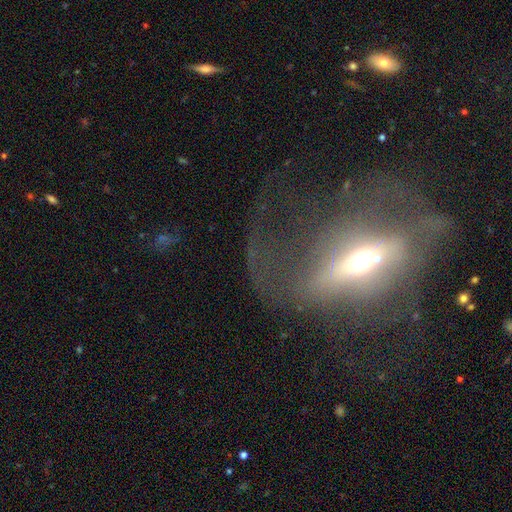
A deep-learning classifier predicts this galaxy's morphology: Smooth or featured? featured or disk (67%)
Edge-on disk? no (67%)
Merging? major disturbance (48%)